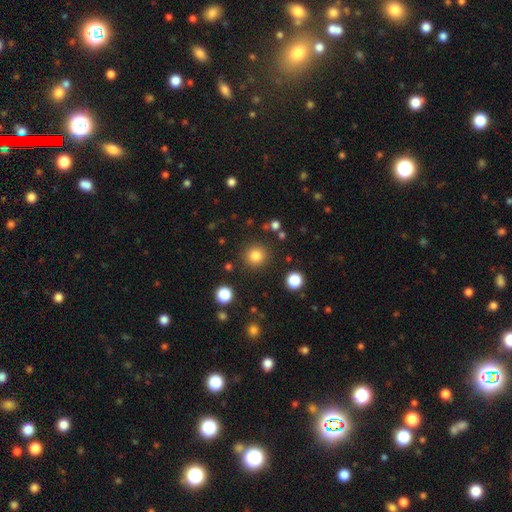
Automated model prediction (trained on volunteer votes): Smooth or featured?
  - smooth: 83% *
  - star or artifact: 12%
  - featured or disk: 5%
How rounded?
  - round: 94% *
  - in between: 5%
  - cigar-shaped: 1%
Merging?
  - none: 89% *
  - minor disturbance: 6%
  - major disturbance: 3%
  - merger: 2%